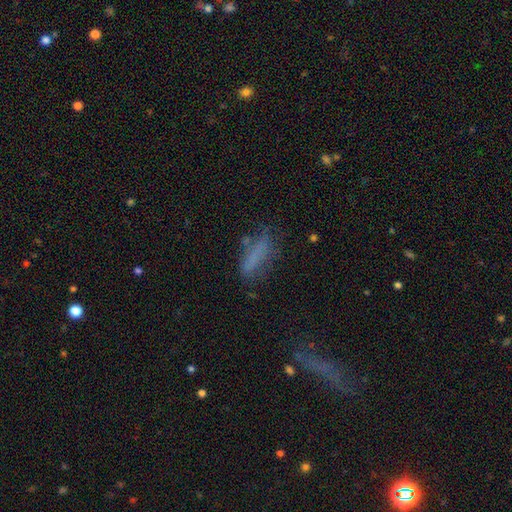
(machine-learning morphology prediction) A smooth galaxy with no disk features (66%) that is cigar-shaped (57%). Merging: none (55%).